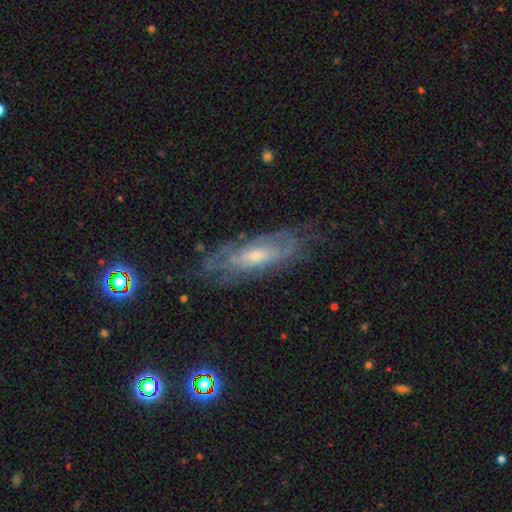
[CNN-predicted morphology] A featured or disk galaxy (73%) with no bar (60%), spiral arms (80%) and a small central bulge (56%). Merging: none (72%).